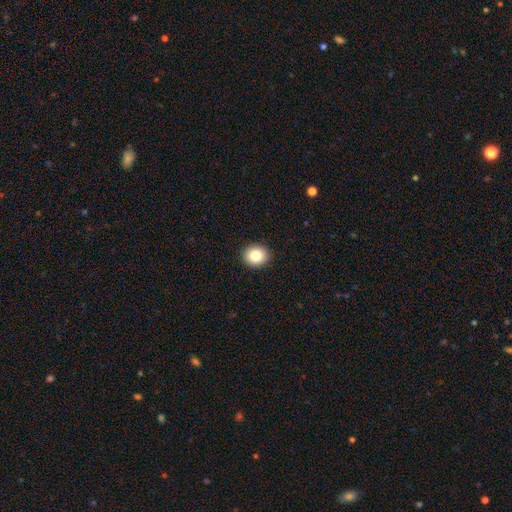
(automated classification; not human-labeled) Smooth or featured?
  - smooth: 83% *
  - star or artifact: 9%
  - featured or disk: 8%
How rounded?
  - round: 73% *
  - in between: 27%
  - cigar-shaped: 1%
Merging?
  - none: 92% *
  - minor disturbance: 5%
  - major disturbance: 2%
  - merger: 1%